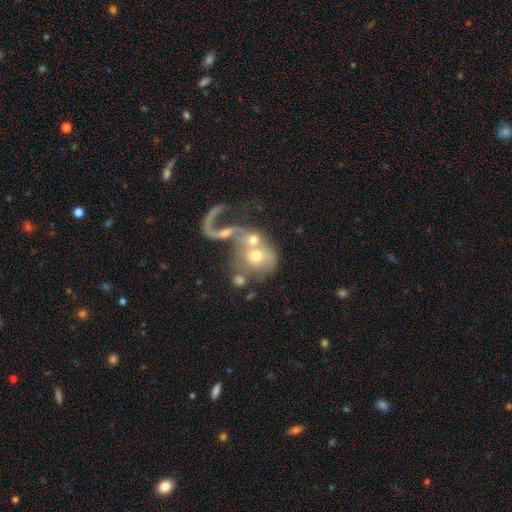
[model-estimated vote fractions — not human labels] Smooth or featured: featured or disk — 54% (smooth — 35%)
Edge-on disk: no — 95% (yes — 5%)
Bar: no — 67% (weak — 23%)
Spiral arms: yes — 51% (no — 49%)
Bulge size: moderate — 53% (small — 27%)
Merging: merger — 60% (major disturbance — 18%)